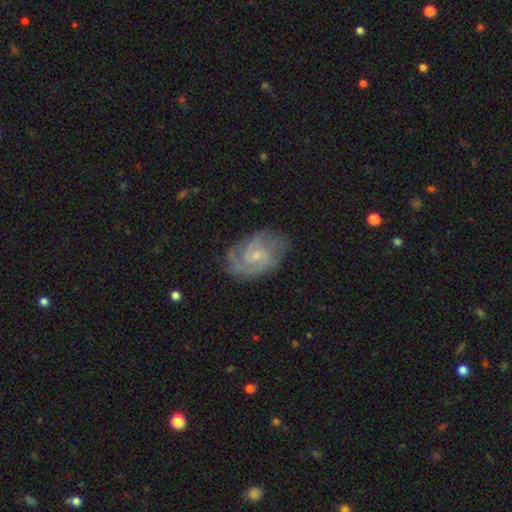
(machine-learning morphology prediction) The model was most divided on "spiral winding": tight: 46%, medium: 45%, loose: 9%. More confident: edge-on disk — no (97%); spiral arms — yes (97%); smooth or featured — featured or disk (87%); merging — none (74%); bulge size — small (68%); spiral arm count — 2 (59%); bar — weak (51%).